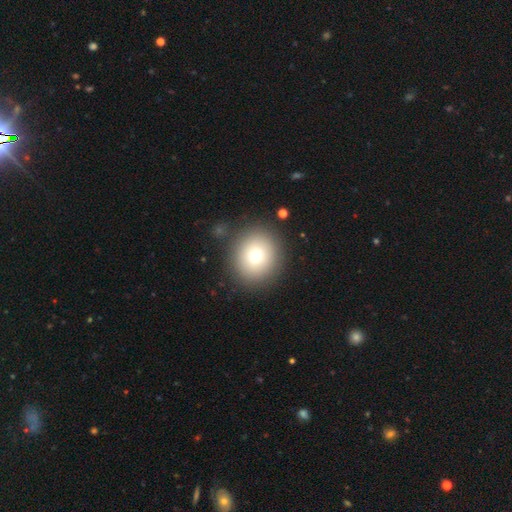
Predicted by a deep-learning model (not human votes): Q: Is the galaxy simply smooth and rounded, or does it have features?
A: smooth — 75%.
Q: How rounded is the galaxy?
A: round — 88%.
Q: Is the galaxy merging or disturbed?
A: none — 86%.